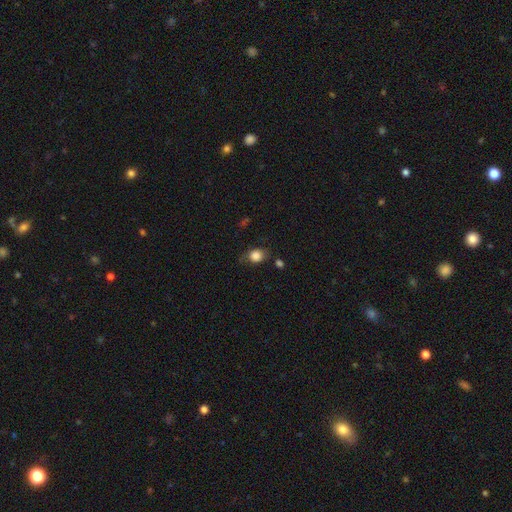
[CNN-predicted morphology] smooth 81%, star or artifact 10%, featured or disk 9%. Down the decision tree: how rounded — round (55%); merging — none (63%).